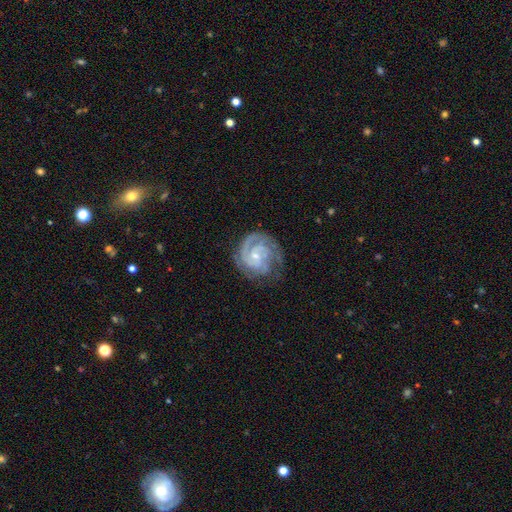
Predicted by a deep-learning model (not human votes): This is clearly a featured or disk galaxy (88%). It is clearly not viewed edge-on (98%). Bar: possibly no (60%). Spiral arm pattern: clearly yes (97%). Spiral arm count: marginally 2 (37%). Spiral winding: likely tight (67%). Central bulge: likely small (68%). Merging: likely none (70%).